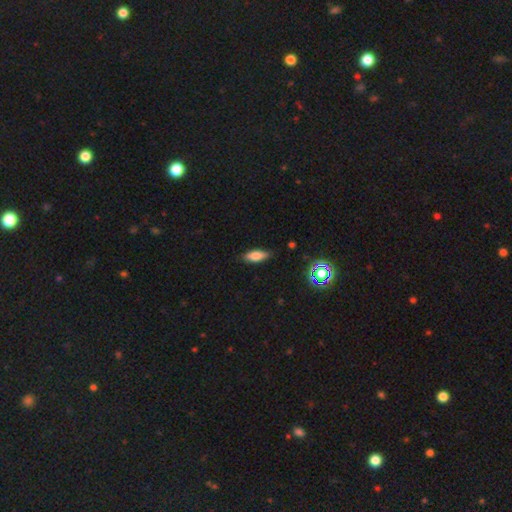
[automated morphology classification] Smooth or featured? Predicted: smooth (p=0.74). How rounded? Predicted: in between (p=0.71). Merging? Predicted: none (p=0.82).